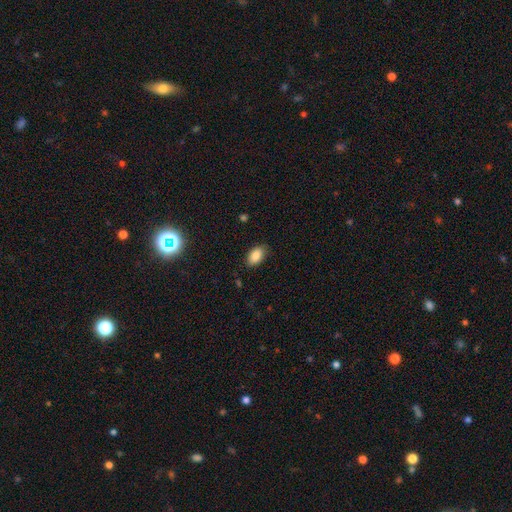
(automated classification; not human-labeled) Overall: smooth (86%). How rounded: in between (91%). Merging: none (82%).